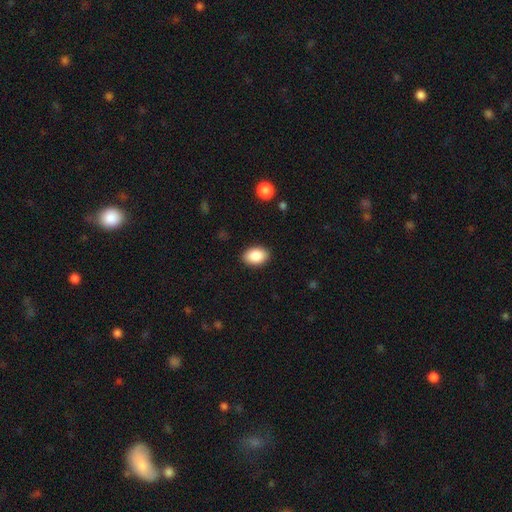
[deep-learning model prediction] Morphology: type=smooth (88%); roundness=in between (86%); merging=none (89%).